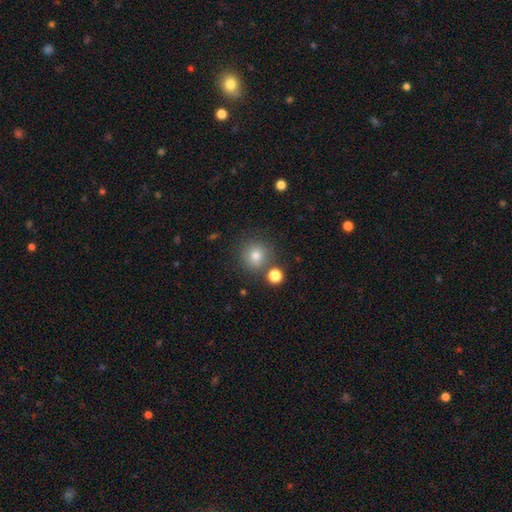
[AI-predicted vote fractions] smooth_or_featured: smooth (p=0.78) [alt: star or artifact p=0.13]
how_rounded: round (p=0.92) [alt: in between p=0.07]
merging: none (p=0.79) [alt: merger p=0.09]